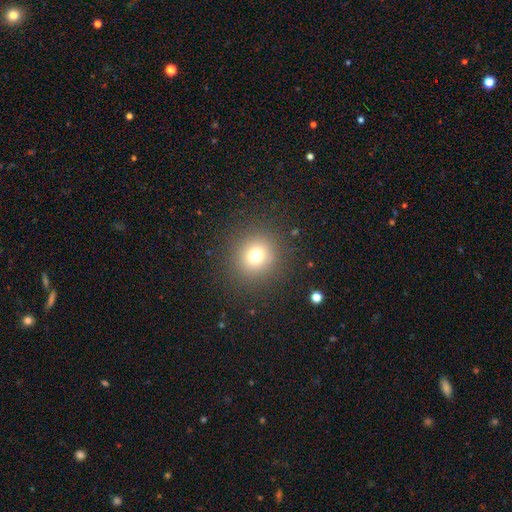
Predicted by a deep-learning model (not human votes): The model was most divided on "smooth or featured": smooth: 72%, star or artifact: 17%, featured or disk: 10%. More confident: how rounded — round (90%); merging — none (87%).